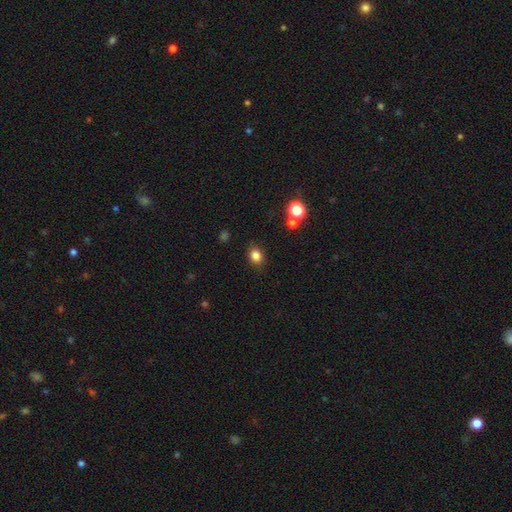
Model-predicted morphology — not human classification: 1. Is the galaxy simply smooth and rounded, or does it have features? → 83% smooth, 12% star or artifact, 5% featured or disk.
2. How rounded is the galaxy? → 50% in between, 49% round, 1% cigar-shaped.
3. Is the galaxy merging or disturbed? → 85% none, 10% minor disturbance, 3% major disturbance, 2% merger.